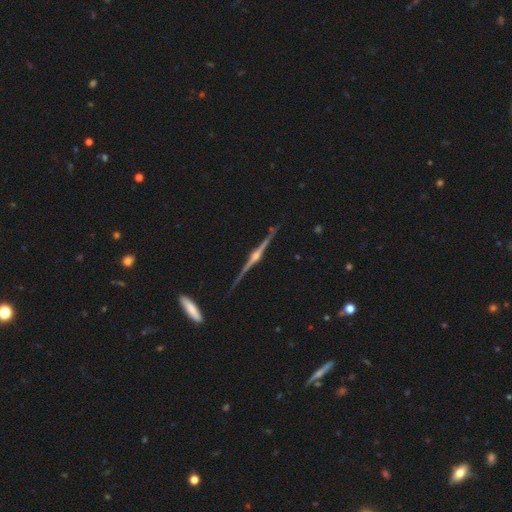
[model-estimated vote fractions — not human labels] This appears to be a featured or disk galaxy (90%) viewed edge-on (98%) with a rounded central bulge (93%). Merging: none (85%).